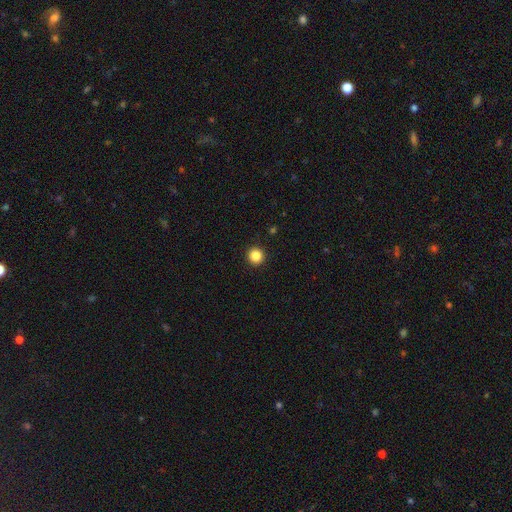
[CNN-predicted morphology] smooth_or_featured: smooth (p=0.86) [alt: star or artifact p=0.11]
how_rounded: round (p=0.96) [alt: in between p=0.03]
merging: none (p=0.93) [alt: minor disturbance p=0.04]